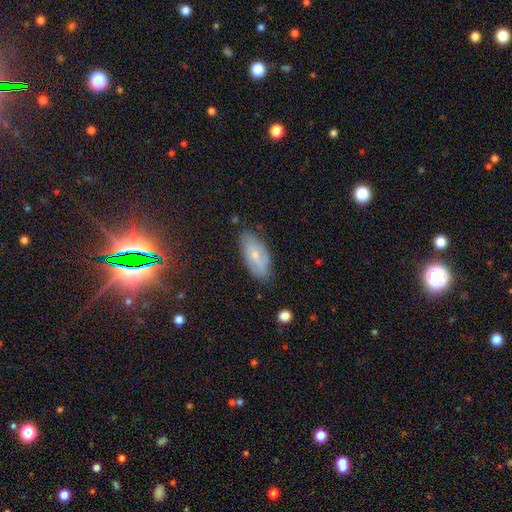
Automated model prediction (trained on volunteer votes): Smooth or featured? smooth (55%)
How rounded? in between (87%)
Merging? none (76%)